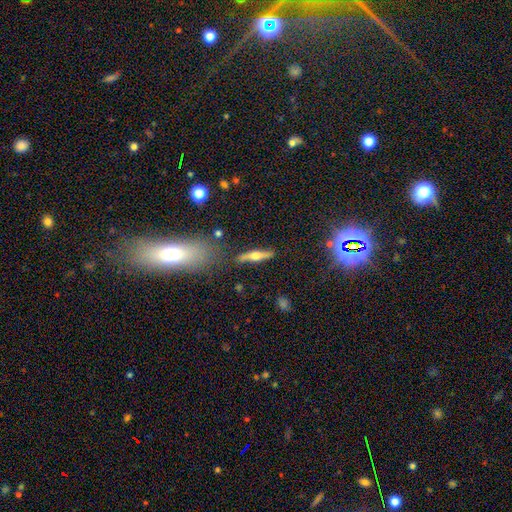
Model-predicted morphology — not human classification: type=featured or disk (62%); edge-on=yes (92%); edge-on bulge=rounded (94%); merging=none (82%).